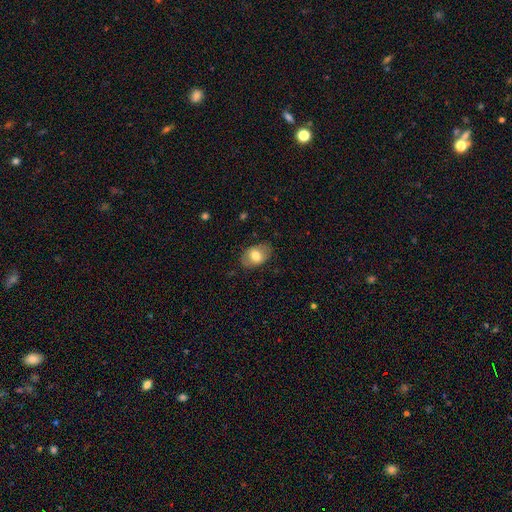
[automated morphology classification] Smooth or featured? Predicted: smooth (p=0.72). How rounded? Predicted: in between (p=0.83). Merging? Predicted: none (p=0.79).